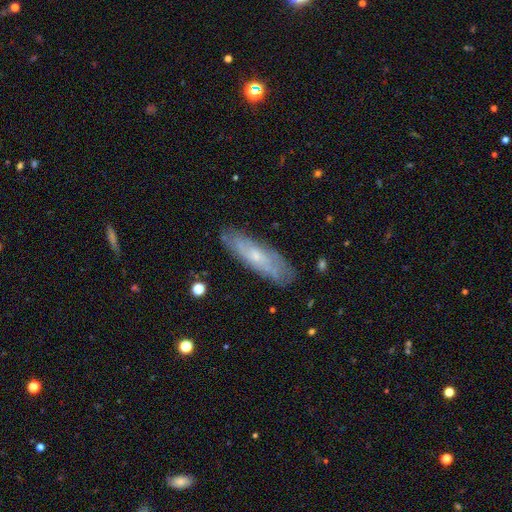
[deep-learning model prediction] Smooth or featured? Predicted: featured or disk (p=0.58). Edge-on disk? Predicted: no (p=0.64). Merging? Predicted: none (p=0.81).